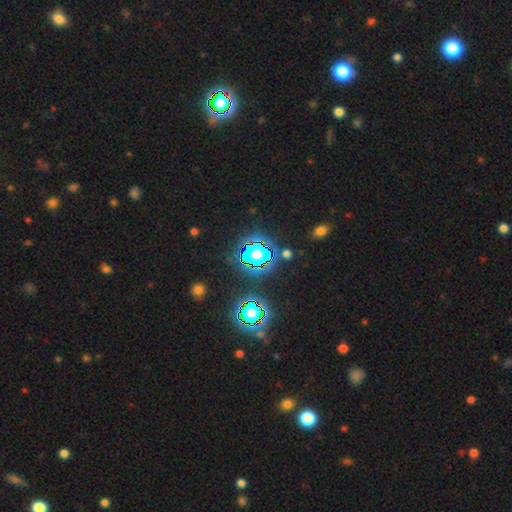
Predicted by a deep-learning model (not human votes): smooth-or-featured: star or artifact: 82% | smooth: 11% | featured or disk: 7%